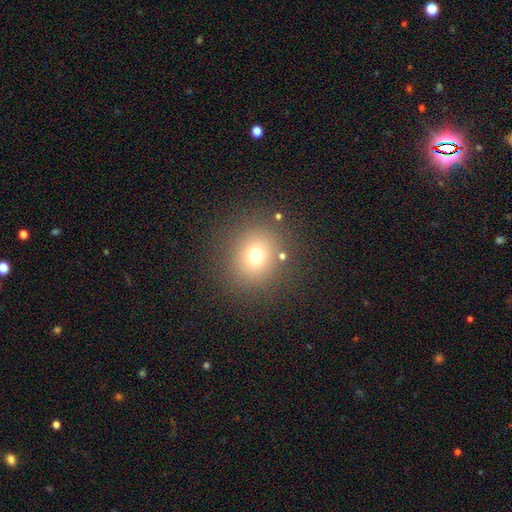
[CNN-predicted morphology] Smooth or featured: smooth — 71% (star or artifact — 19%)
How rounded: round — 86% (in between — 13%)
Merging: none — 84% (minor disturbance — 8%)